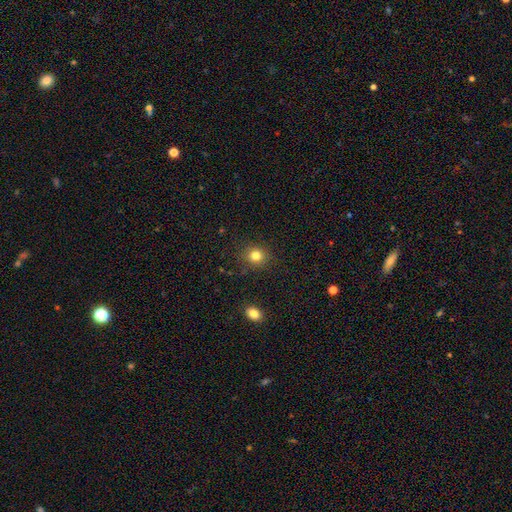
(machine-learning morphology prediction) smooth-or-featured: smooth: 81% | star or artifact: 13% | featured or disk: 6%
  how-rounded: round: 83% | in between: 16% | cigar-shaped: 1%
  merging: none: 87% | minor disturbance: 9% | major disturbance: 3% | merger: 2%